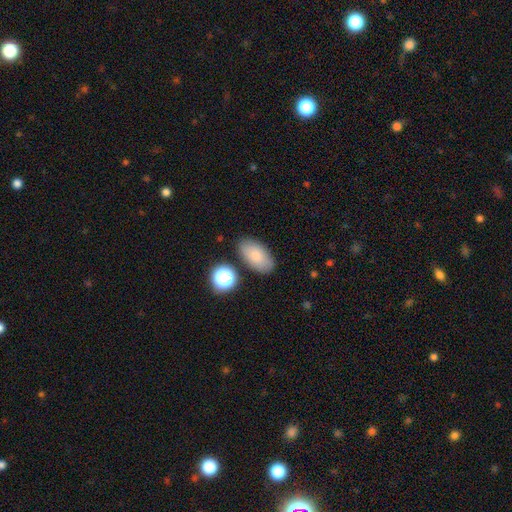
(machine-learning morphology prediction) Smooth or featured: smooth — 80% (featured or disk — 12%)
How rounded: in between — 93% (round — 5%)
Merging: none — 81% (minor disturbance — 12%)